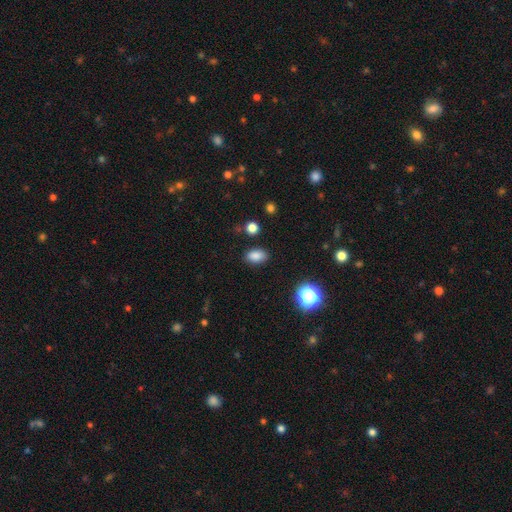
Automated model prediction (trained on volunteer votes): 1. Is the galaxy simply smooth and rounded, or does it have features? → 84% smooth, 11% star or artifact, 5% featured or disk.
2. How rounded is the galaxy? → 87% in between, 11% round, 2% cigar-shaped.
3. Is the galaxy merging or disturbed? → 86% none, 10% minor disturbance, 3% major disturbance, 2% merger.